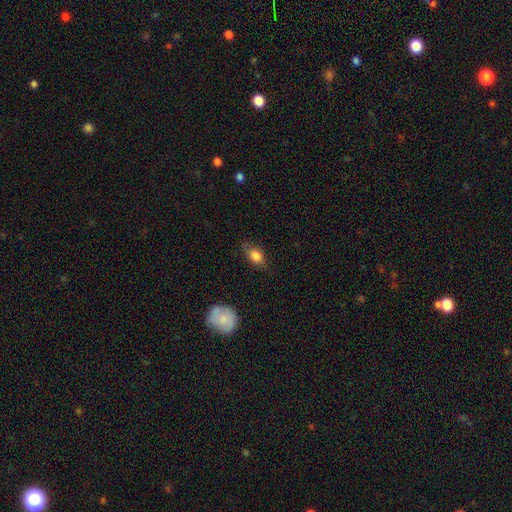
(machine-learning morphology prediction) Smooth or featured? Predicted: smooth (p=0.82). How rounded? Predicted: in between (p=0.82). Merging? Predicted: none (p=0.70).